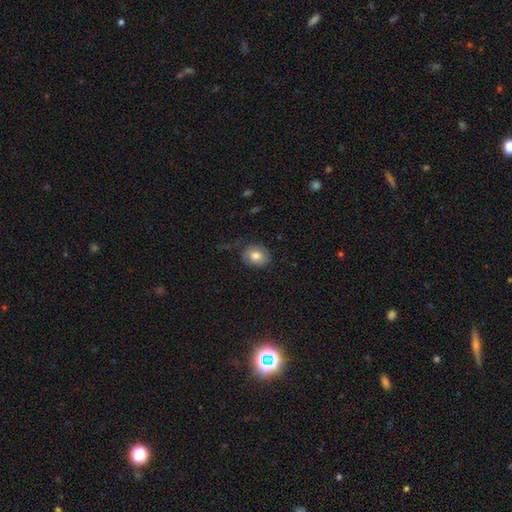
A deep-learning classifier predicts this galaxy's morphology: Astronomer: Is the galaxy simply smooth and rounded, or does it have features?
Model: smooth — 77%.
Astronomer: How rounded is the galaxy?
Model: round — 56% (runner-up: in between, 43%).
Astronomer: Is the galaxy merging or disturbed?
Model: none — 71%.